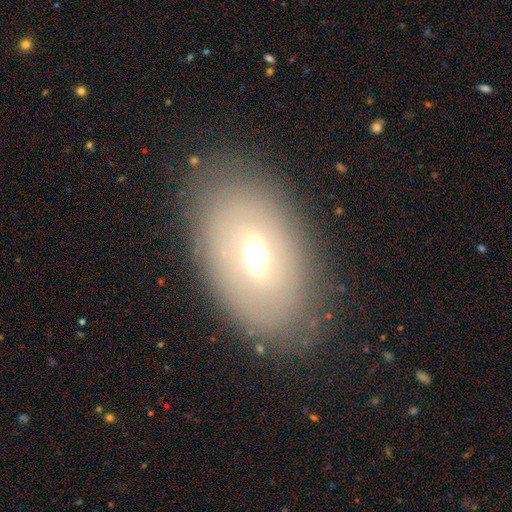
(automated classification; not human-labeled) smooth_or_featured: featured or disk (p=0.48) [alt: smooth p=0.41]
merging: none (p=0.79) [alt: minor disturbance p=0.13]